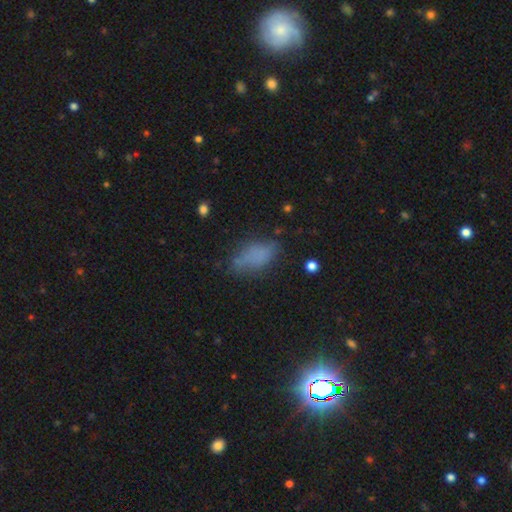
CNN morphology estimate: A smooth galaxy with no disk features (70%) that is in between round and cigar-shaped (85%).

Vote fractions:
- Smooth or featured? smooth: 70% / star or artifact: 15% / featured or disk: 15%
- How rounded? in between: 85% / cigar-shaped: 11% / round: 5%
- Merging? none: 59% / minor disturbance: 26% / major disturbance: 11% / merger: 3%